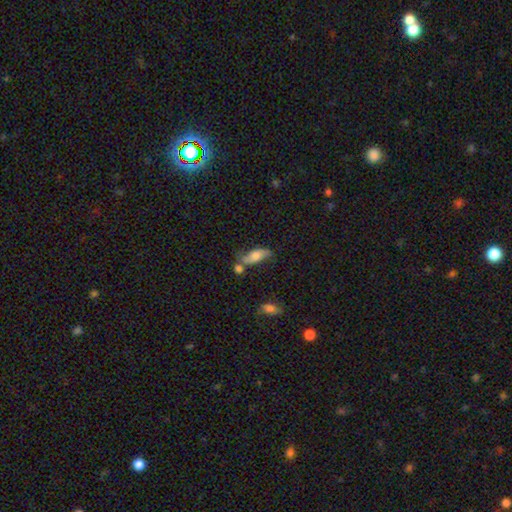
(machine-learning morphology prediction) type=smooth (51%); roundness=in between (74%); merging=none (48%).